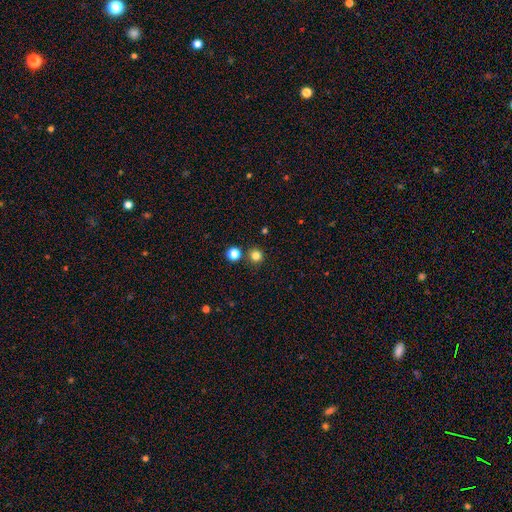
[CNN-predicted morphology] smooth 81%, star or artifact 14%, featured or disk 4%. Down the decision tree: how rounded — round (94%); merging — none (85%).